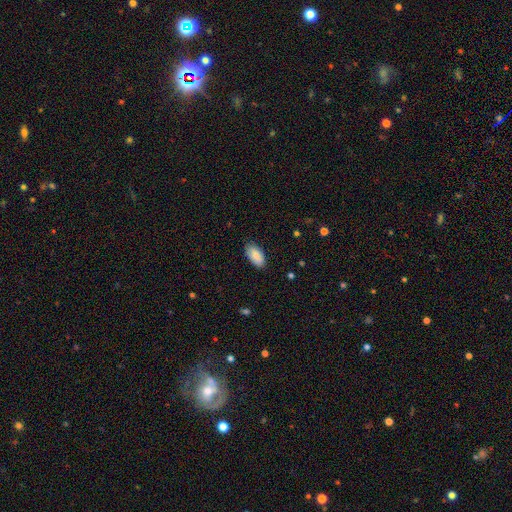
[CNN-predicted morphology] This is clearly a smooth galaxy (88%). How rounded: clearly in between (95%). Merging: clearly none (83%).